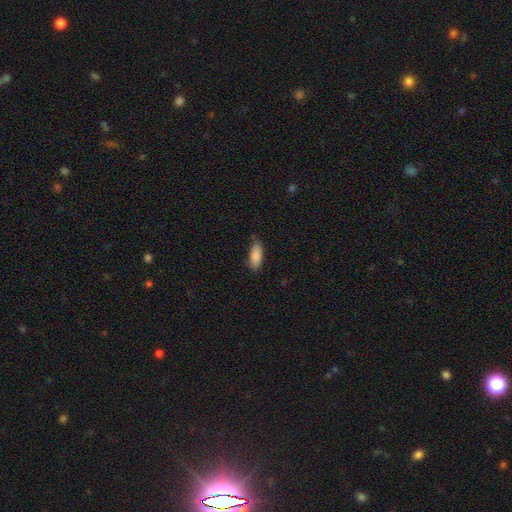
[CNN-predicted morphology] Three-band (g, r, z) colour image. It shows a smooth galaxy with no disk features (88%) that is in between round and cigar-shaped (77%). Merging: none (77%).